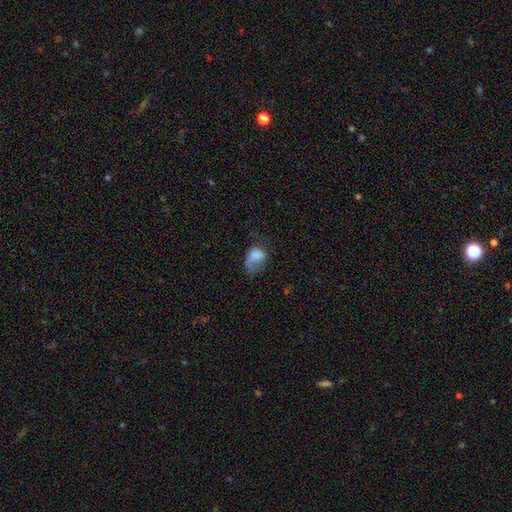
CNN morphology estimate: This is likely a smooth galaxy (72%). How rounded: likely in between (75%). Merging: possibly major disturbance (45%).